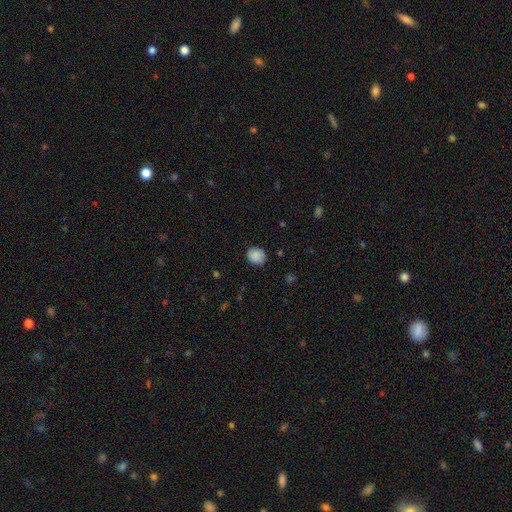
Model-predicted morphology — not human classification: Smooth or featured? smooth (88%)
How rounded? round (67%)
Merging? none (82%)